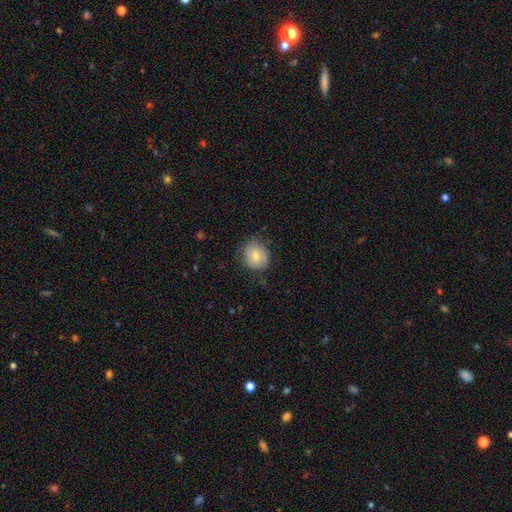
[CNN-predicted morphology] A smooth galaxy with no disk features (70%) that is round (76%). Merging: none (72%).